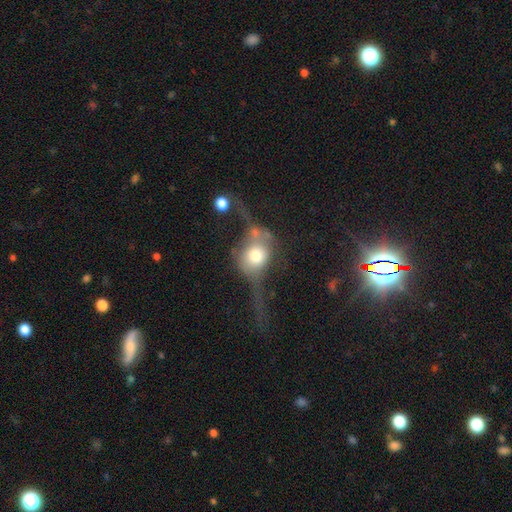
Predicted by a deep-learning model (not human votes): Smooth or featured? smooth (50%)
Merging? major disturbance (44%)